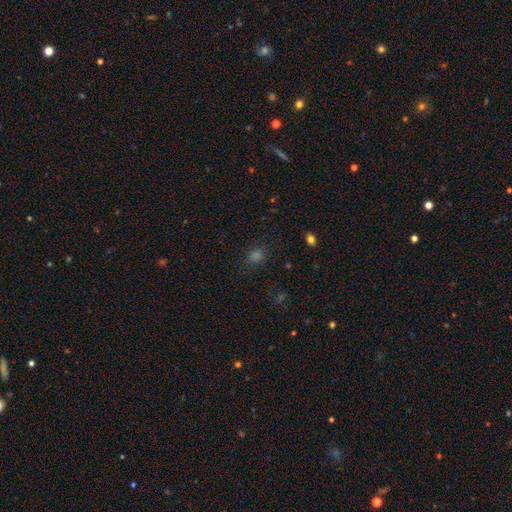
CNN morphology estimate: Smooth or featured: smooth — 61% (star or artifact — 33%)
How rounded: round — 70% (in between — 28%)
Merging: none — 82% (minor disturbance — 11%)